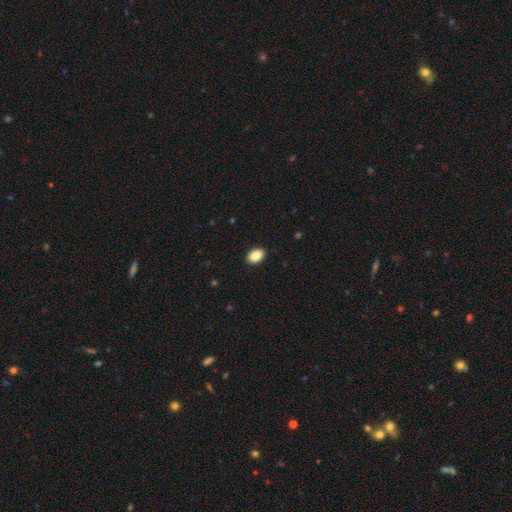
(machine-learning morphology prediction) A smooth galaxy with no disk features (89%) that is in between round and cigar-shaped (89%). Merging: none (91%).